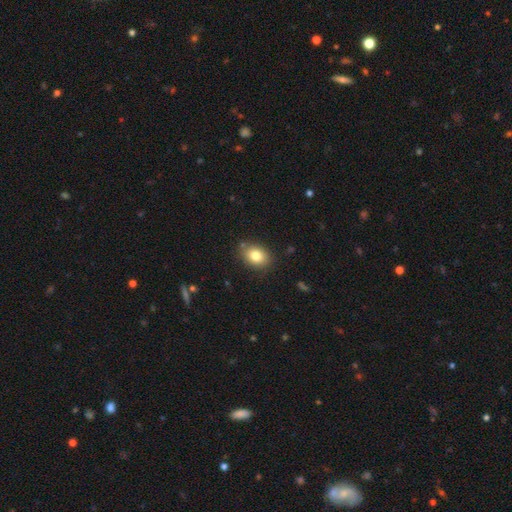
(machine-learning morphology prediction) Q: Smooth or featured?
A: smooth (81%); runner-up: featured or disk (9%)
Q: How rounded?
A: in between (69%); runner-up: round (30%)
Q: Merging?
A: none (83%); runner-up: minor disturbance (12%)